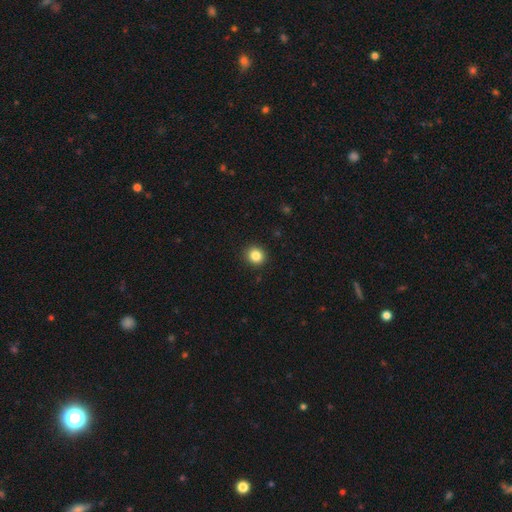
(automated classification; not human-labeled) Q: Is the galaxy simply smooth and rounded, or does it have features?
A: smooth — 84%.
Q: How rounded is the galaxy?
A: round — 86%.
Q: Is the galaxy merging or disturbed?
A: none — 92%.